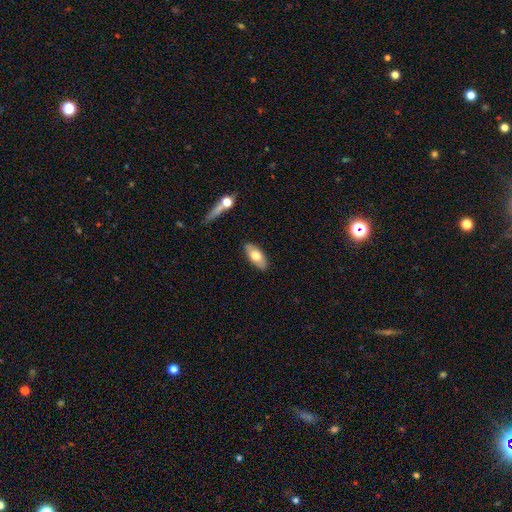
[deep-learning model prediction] A smooth galaxy with no disk features (67%) that is in between round and cigar-shaped (85%).

Vote fractions:
- Smooth or featured? smooth: 67% / featured or disk: 27% / star or artifact: 6%
- How rounded? in between: 85% / cigar-shaped: 12% / round: 3%
- Merging? none: 86% / minor disturbance: 10% / major disturbance: 2% / merger: 2%